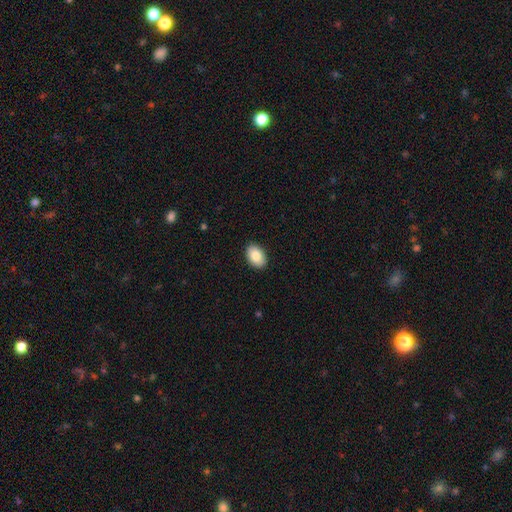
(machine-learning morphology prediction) Smooth or featured? Predicted: smooth (p=0.85). How rounded? Predicted: in between (p=0.88). Merging? Predicted: none (p=0.90).